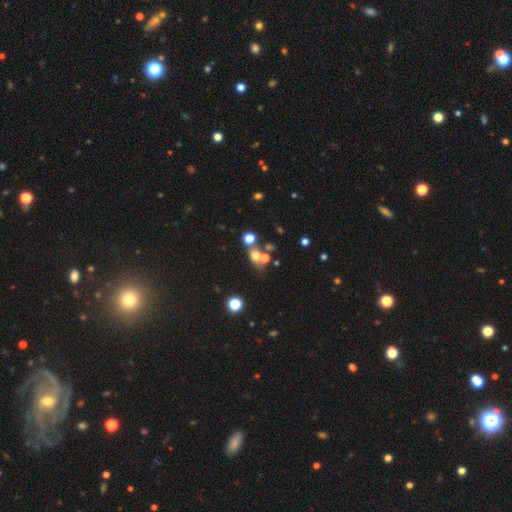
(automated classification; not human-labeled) smooth_or_featured: smooth (p=0.61) [alt: star or artifact p=0.22]
how_rounded: round (p=0.63) [alt: in between p=0.34]
merging: none (p=0.44) [alt: merger p=0.39]